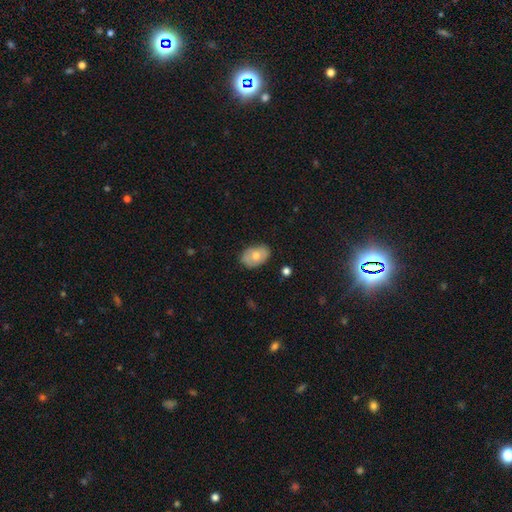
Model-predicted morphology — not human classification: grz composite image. It shows a smooth galaxy with no disk features (68%) that is in between round and cigar-shaped (86%). Merging: none (80%).